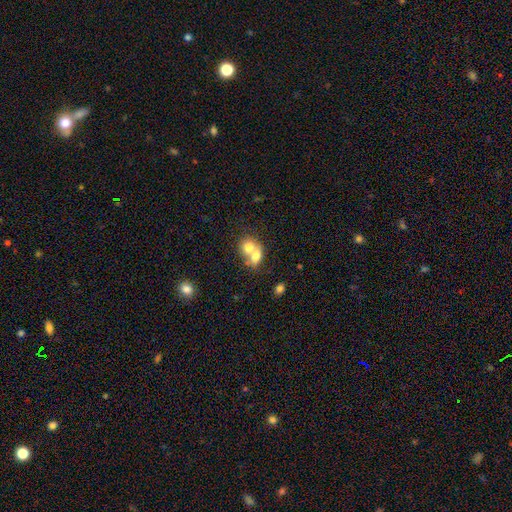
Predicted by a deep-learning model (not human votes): smooth 71%, featured or disk 21%, star or artifact 9%. Down the decision tree: how rounded — in between (52%); merging — merger (71%).